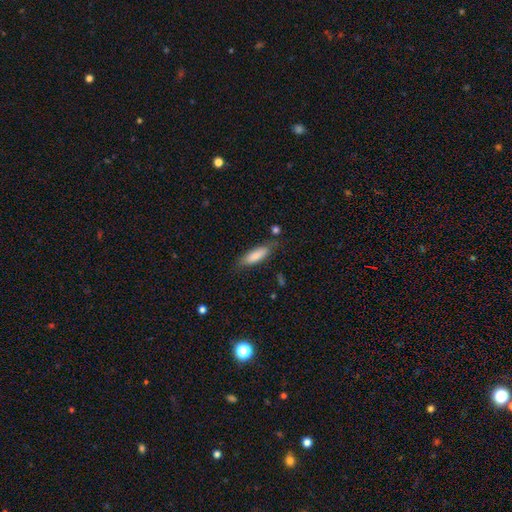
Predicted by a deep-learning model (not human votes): A smooth galaxy with no disk features (80%) that is in between round and cigar-shaped (52%).

Vote fractions:
- Smooth or featured? smooth: 80% / featured or disk: 14% / star or artifact: 6%
- How rounded? in between: 52% / cigar-shaped: 47% / round: 2%
- Merging? none: 74% / minor disturbance: 18% / major disturbance: 5% / merger: 3%